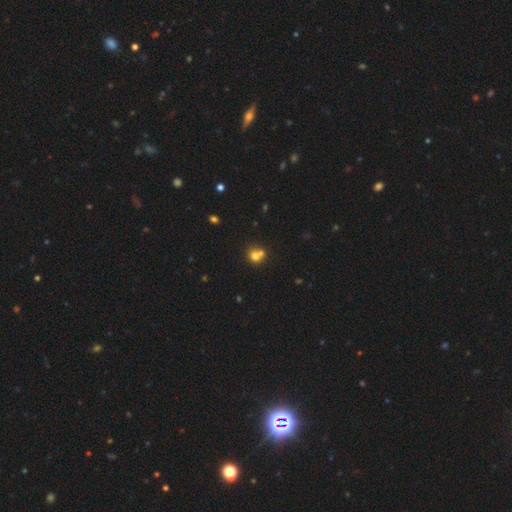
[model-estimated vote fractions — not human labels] This is likely a smooth galaxy (71%). How rounded: clearly round (84%). Merging: possibly merger (47%).